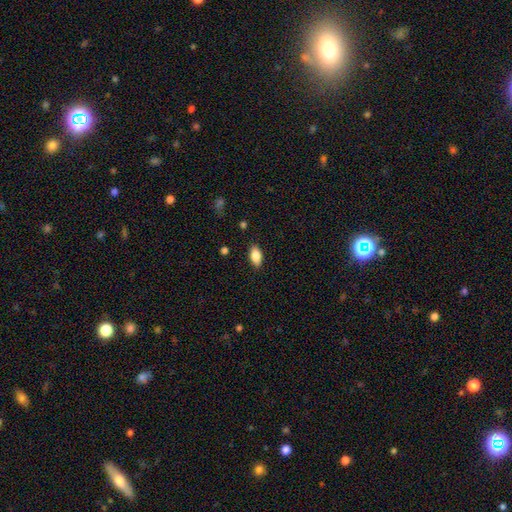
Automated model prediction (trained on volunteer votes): Smooth or featured? Predicted: smooth (p=0.86). How rounded? Predicted: in between (p=0.92). Merging? Predicted: none (p=0.87).